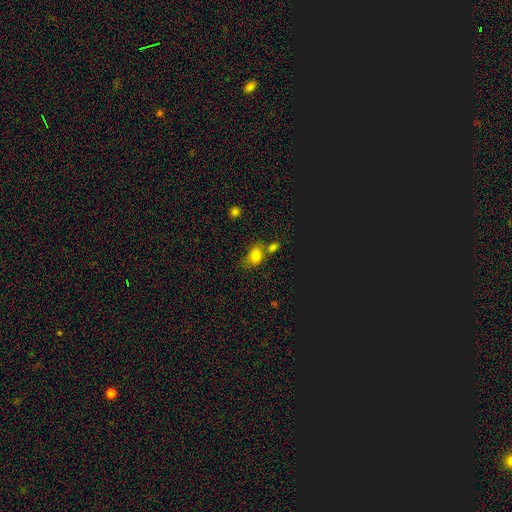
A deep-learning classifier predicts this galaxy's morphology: Smooth or featured? Predicted: smooth (p=0.77). How rounded? Predicted: in between (p=0.67). Merging? Predicted: none (p=0.47).